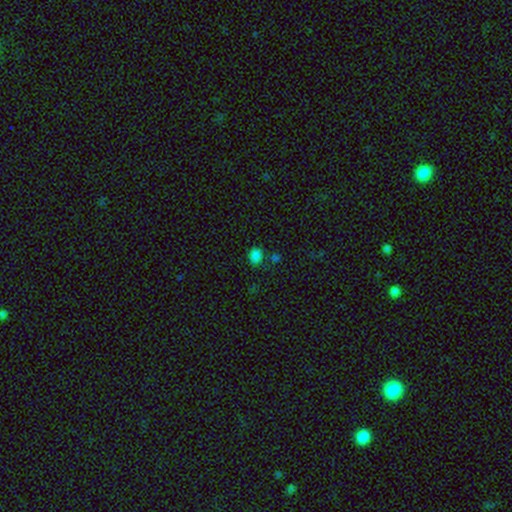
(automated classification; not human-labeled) smooth-or-featured: smooth: 79% | star or artifact: 17% | featured or disk: 4%
  how-rounded: round: 61% | in between: 38% | cigar-shaped: 1%
  merging: none: 74% | minor disturbance: 13% | merger: 10% | major disturbance: 4%